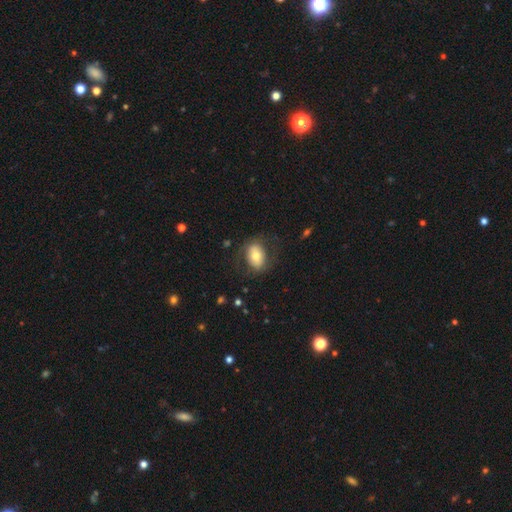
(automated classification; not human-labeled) A smooth galaxy with no disk features (67%) that is in between round and cigar-shaped (78%). Merging: none (71%).